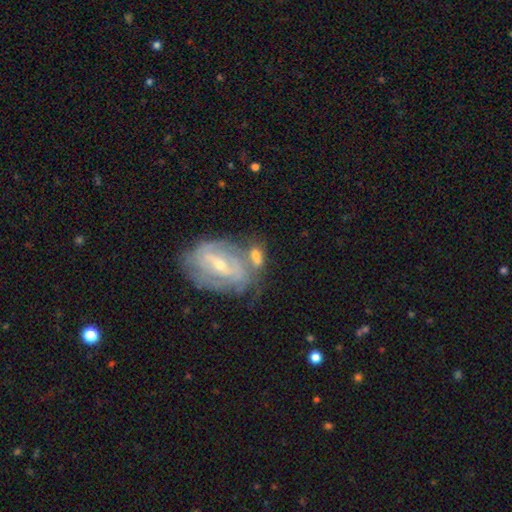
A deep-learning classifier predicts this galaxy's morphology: type=featured or disk (57%); edge-on=no (93%); bar=weak (39%); spiral arms=yes (68%); bulge=small (47%); merging=none (41%).